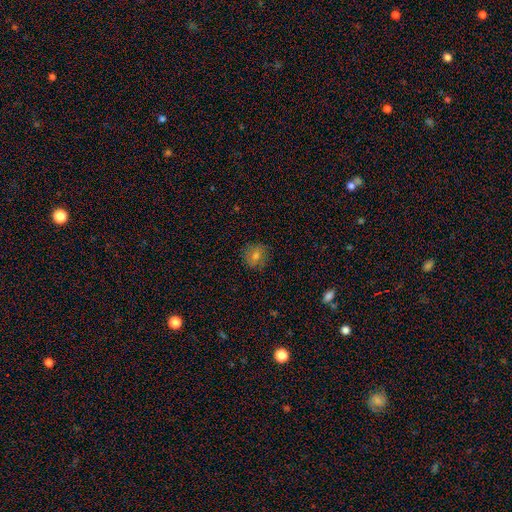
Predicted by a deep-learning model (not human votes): Overall: smooth (62%). How rounded: round (87%). Merging: none (86%).